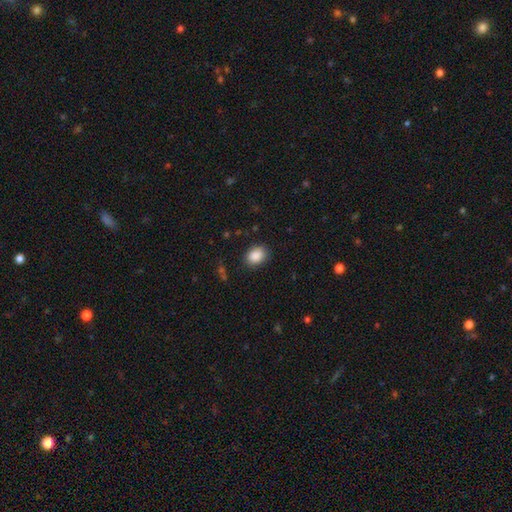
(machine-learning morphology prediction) smooth-or-featured: smooth: 89% | star or artifact: 8% | featured or disk: 4%
  how-rounded: in between: 68% | round: 32% | cigar-shaped: 1%
  merging: none: 86% | minor disturbance: 11% | major disturbance: 3% | merger: 1%